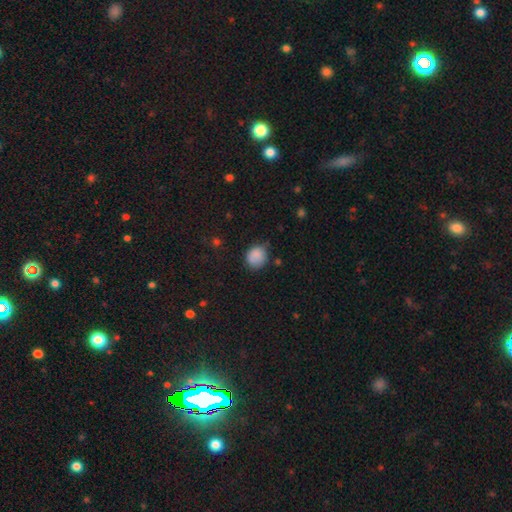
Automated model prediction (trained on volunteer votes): smooth 82%, star or artifact 9%, featured or disk 9%. Down the decision tree: how rounded — round (75%); merging — none (68%).